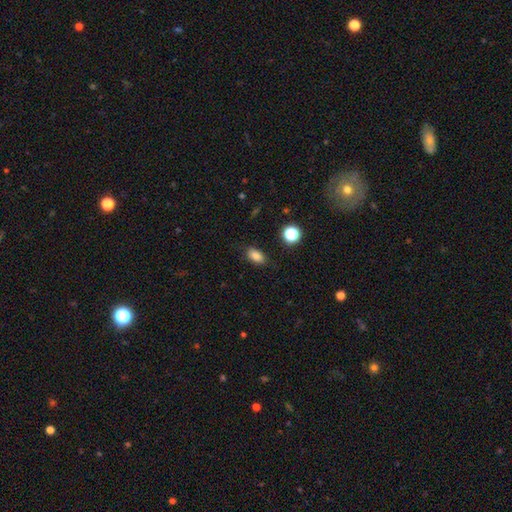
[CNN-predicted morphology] A smooth galaxy with no disk features (82%) that is in between round and cigar-shaped (86%). Merging: none (83%).